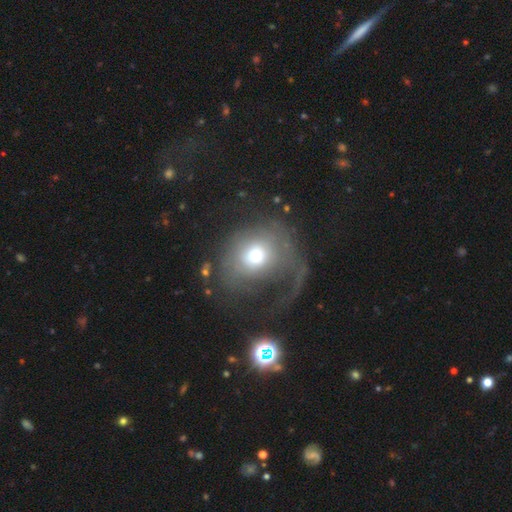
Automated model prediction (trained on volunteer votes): The model was most divided on "smooth or featured": smooth: 50%, featured or disk: 38%, star or artifact: 11%. More confident: how rounded — round (75%); merging — major disturbance (56%).